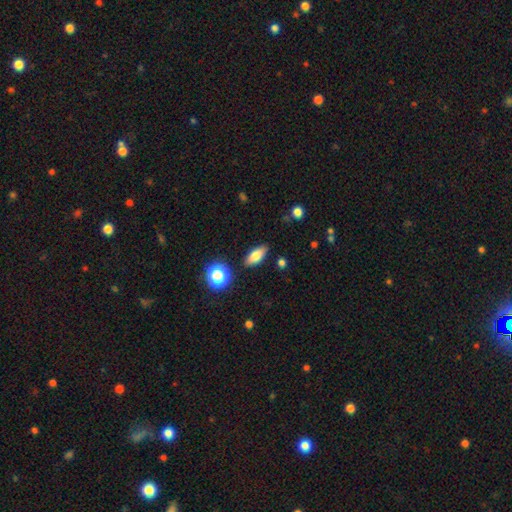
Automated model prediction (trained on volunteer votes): A smooth galaxy with no disk features (76%) that is in between round and cigar-shaped (78%).

Vote fractions:
- Smooth or featured? smooth: 76% / featured or disk: 15% / star or artifact: 9%
- How rounded? in between: 78% / cigar-shaped: 16% / round: 6%
- Merging? none: 86% / minor disturbance: 9% / major disturbance: 2% / merger: 2%